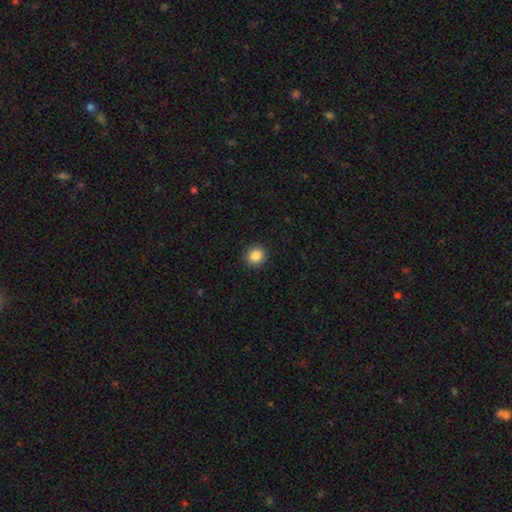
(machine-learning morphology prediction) This appears to be a smooth galaxy with no disk features (86%) that is round (92%). Merging: none (92%).